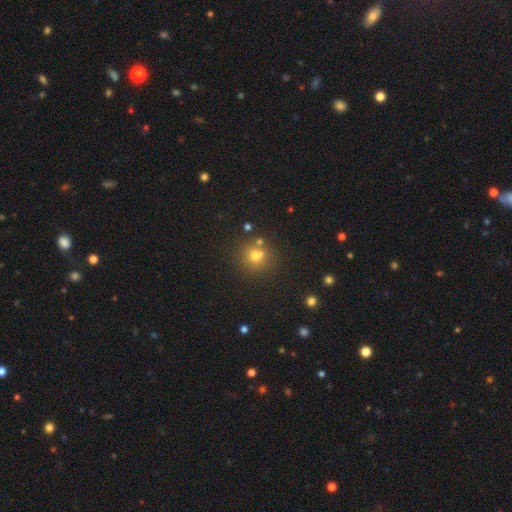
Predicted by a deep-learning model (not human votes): Smooth or featured: smooth — 68% (star or artifact — 19%)
How rounded: round — 86% (in between — 13%)
Merging: none — 66% (merger — 20%)